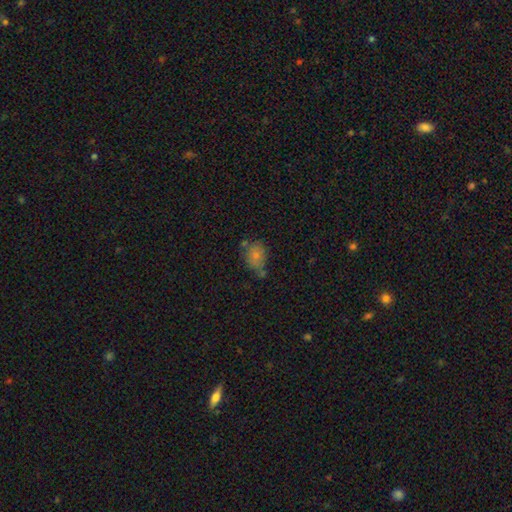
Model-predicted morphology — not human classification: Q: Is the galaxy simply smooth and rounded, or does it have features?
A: smooth — 75%.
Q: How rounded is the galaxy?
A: in between — 55%.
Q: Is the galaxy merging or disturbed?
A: none — 50%.